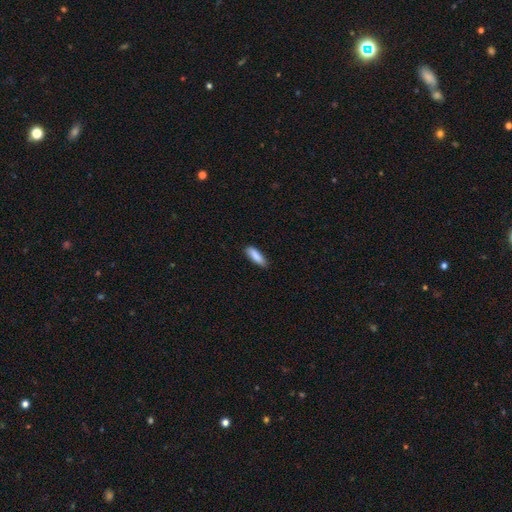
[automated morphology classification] Q: Smooth or featured?
A: smooth (88%); runner-up: featured or disk (6%)
Q: How rounded?
A: cigar-shaped (55%); runner-up: in between (44%)
Q: Merging?
A: none (83%); runner-up: minor disturbance (14%)